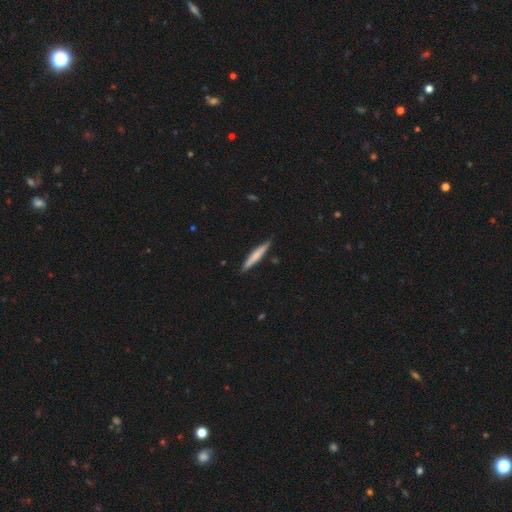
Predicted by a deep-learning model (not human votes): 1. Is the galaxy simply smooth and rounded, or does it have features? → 61% smooth, 33% featured or disk, 5% star or artifact.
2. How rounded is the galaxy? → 94% cigar-shaped, 5% in between, 1% round.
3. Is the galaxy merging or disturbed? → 89% none, 8% minor disturbance, 1% major disturbance, 1% merger.